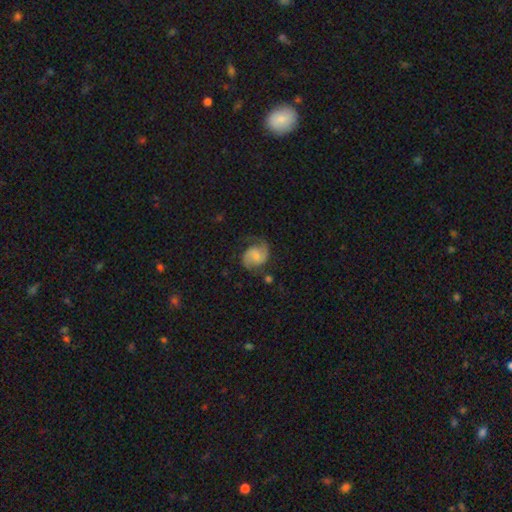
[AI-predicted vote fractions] Smooth or featured?
  - featured or disk: 75% *
  - smooth: 18%
  - star or artifact: 7%
Edge-on disk?
  - no: 98% *
  - yes: 2%
Bar?
  - no: 51% *
  - weak: 41%
  - strong: 8%
Spiral arms?
  - yes: 95% *
  - no: 5%
Spiral winding?
  - medium: 51% *
  - loose: 29%
  - tight: 20%
Spiral arm count?
  - 2: 88% *
  - can't tell: 4%
  - 1: 4%
  - 3: 1%
  - 4: 1%
  - more than 4: 1%
Bulge size?
  - small: 43% *
  - moderate: 30%
  - none: 21%
  - large: 5%
  - dominant: 1%
Merging?
  - none: 68% *
  - minor disturbance: 19%
  - major disturbance: 10%
  - merger: 3%